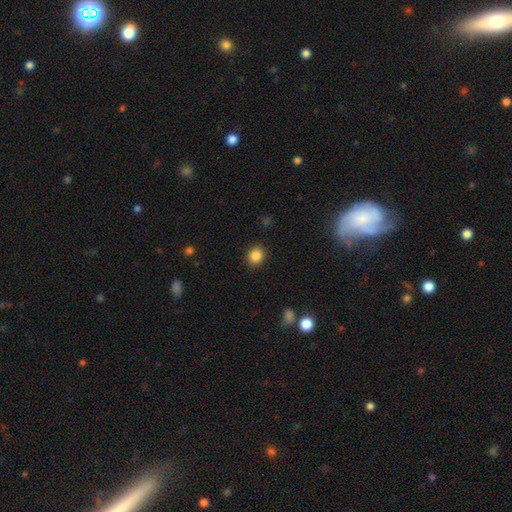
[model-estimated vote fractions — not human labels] smooth-or-featured: smooth: 86% | star or artifact: 10% | featured or disk: 4%
  how-rounded: round: 74% | in between: 25% | cigar-shaped: 1%
  merging: none: 90% | minor disturbance: 7% | major disturbance: 2% | merger: 1%